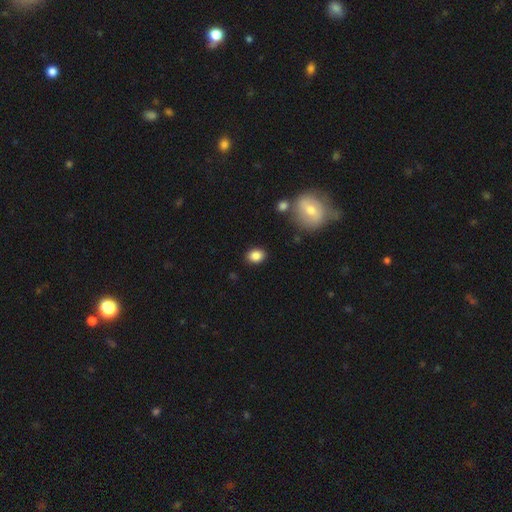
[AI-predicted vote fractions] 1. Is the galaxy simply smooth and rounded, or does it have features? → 86% smooth, 9% star or artifact, 5% featured or disk.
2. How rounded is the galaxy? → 62% in between, 37% round, 1% cigar-shaped.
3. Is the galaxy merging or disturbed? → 88% none, 8% minor disturbance, 2% major disturbance, 2% merger.